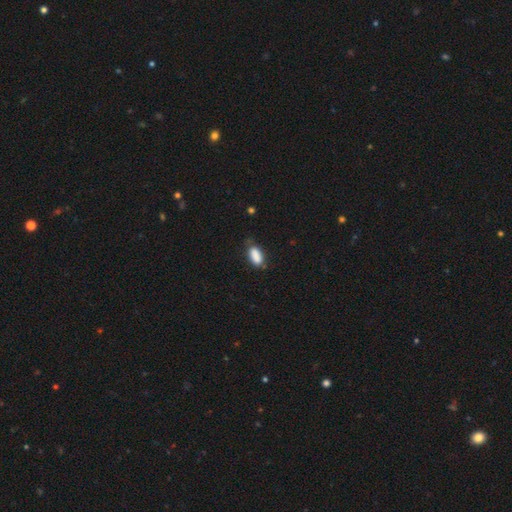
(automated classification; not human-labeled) The model was most divided on "merging": none: 67%, minor disturbance: 25%, major disturbance: 5%, merger: 2%. More confident: how rounded — in between (89%); smooth or featured — smooth (87%).